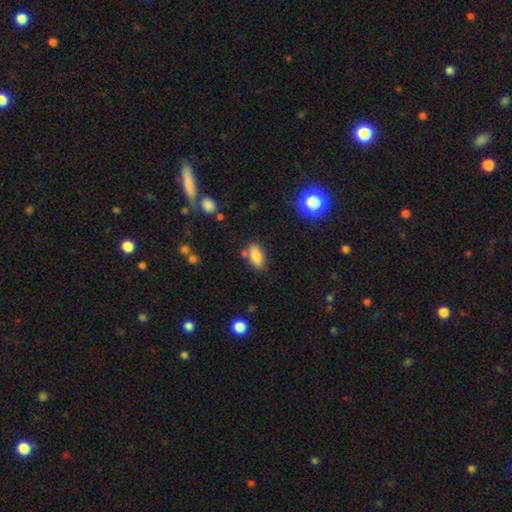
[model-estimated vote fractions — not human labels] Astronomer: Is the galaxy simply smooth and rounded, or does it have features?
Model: smooth — 83%.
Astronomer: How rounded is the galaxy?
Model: in between — 88%.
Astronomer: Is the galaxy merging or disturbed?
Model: none — 70%.